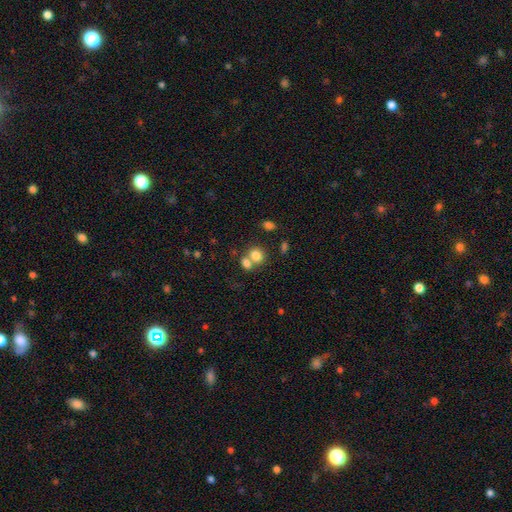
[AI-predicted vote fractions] This appears to be a smooth galaxy with no disk features (78%) that is round (59%). Merging: merger (49%).